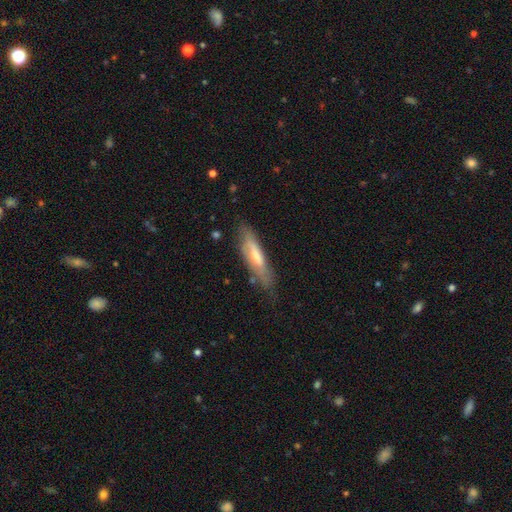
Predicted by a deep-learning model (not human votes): smooth-or-featured: smooth: 55% | featured or disk: 39% | star or artifact: 6%
  how-rounded: cigar-shaped: 73% | in between: 26% | round: 1%
  merging: none: 67% | minor disturbance: 24% | major disturbance: 7% | merger: 2%